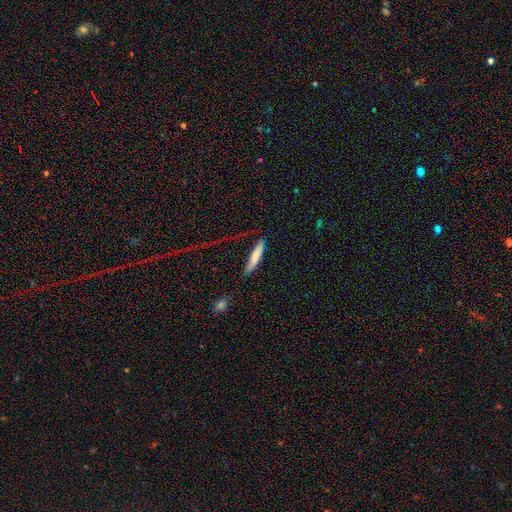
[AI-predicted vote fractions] Smooth or featured? Predicted: smooth (p=0.73). How rounded? Predicted: cigar-shaped (p=0.83). Merging? Predicted: none (p=0.65).